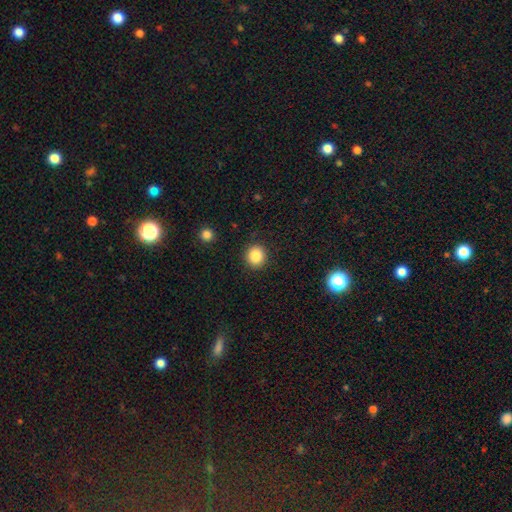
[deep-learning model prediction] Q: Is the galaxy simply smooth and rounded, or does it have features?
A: smooth — 85%.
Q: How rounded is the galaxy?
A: round — 88%.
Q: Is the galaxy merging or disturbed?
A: none — 90%.